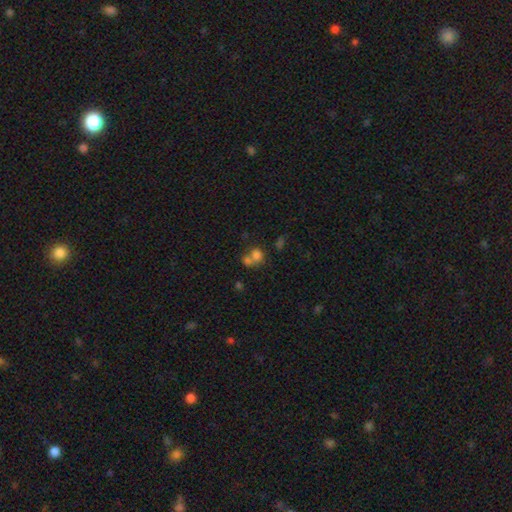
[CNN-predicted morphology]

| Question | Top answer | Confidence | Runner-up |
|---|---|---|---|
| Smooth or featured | smooth | 73% | star or artifact (15%) |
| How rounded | round | 72% | in between (26%) |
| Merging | merger | 53% | none (35%) |